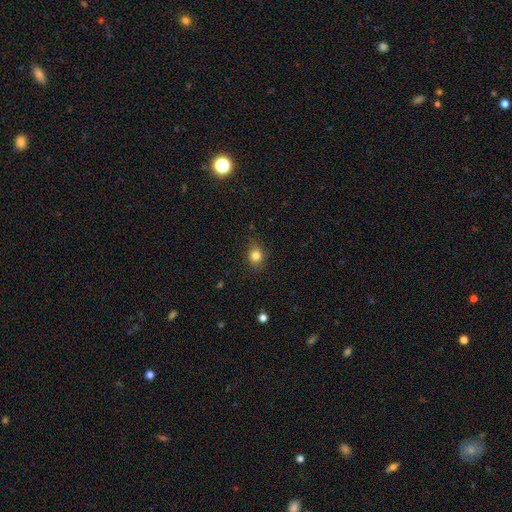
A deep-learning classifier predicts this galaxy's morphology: Smooth or featured? smooth (82%)
How rounded? round (66%)
Merging? none (83%)